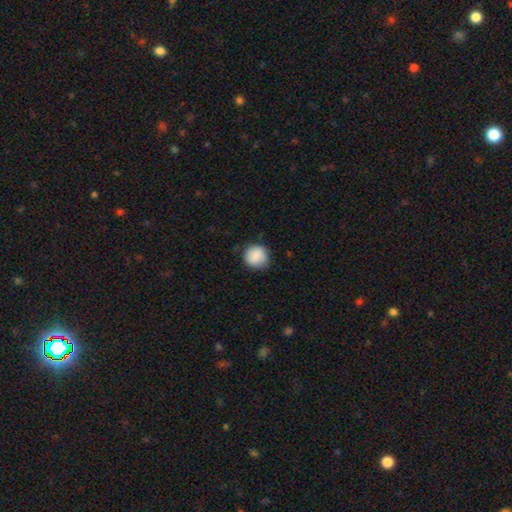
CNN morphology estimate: This is clearly a smooth galaxy (88%). How rounded: clearly round (89%). Merging: likely none (78%).